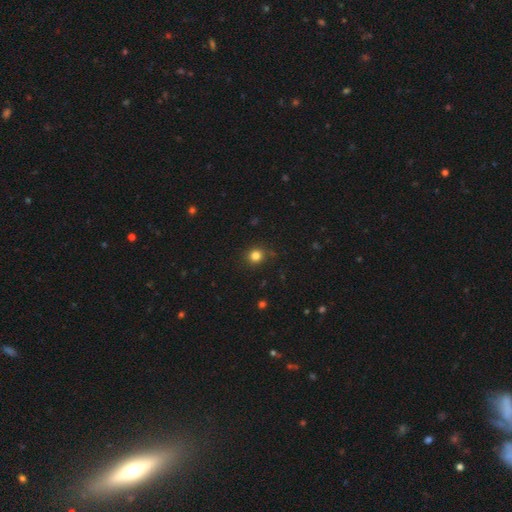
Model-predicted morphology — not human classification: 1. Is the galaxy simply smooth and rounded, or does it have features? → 82% smooth, 14% star or artifact, 5% featured or disk.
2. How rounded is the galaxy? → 87% round, 12% in between, 1% cigar-shaped.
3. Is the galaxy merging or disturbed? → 85% none, 11% minor disturbance, 3% major disturbance, 1% merger.